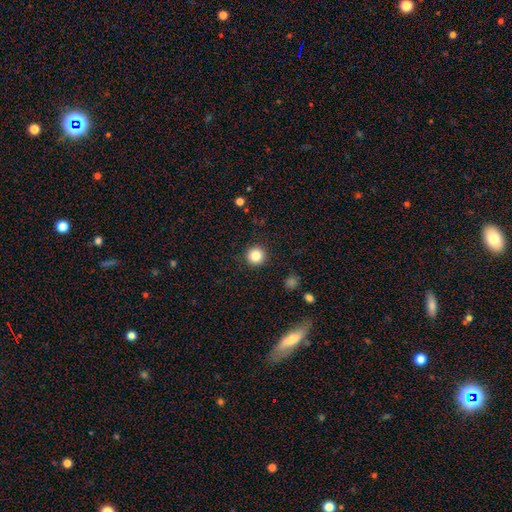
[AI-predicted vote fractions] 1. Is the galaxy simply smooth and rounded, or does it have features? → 84% smooth, 11% star or artifact, 5% featured or disk.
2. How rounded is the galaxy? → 96% round, 4% in between, 1% cigar-shaped.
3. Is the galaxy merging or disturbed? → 92% none, 5% minor disturbance, 2% major disturbance, 1% merger.